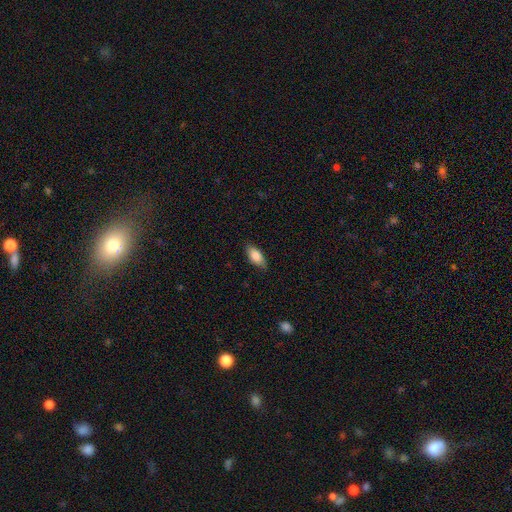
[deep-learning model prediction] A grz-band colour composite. It shows a smooth galaxy with no disk features (82%) that is in between round and cigar-shaped (87%). Merging: none (83%).